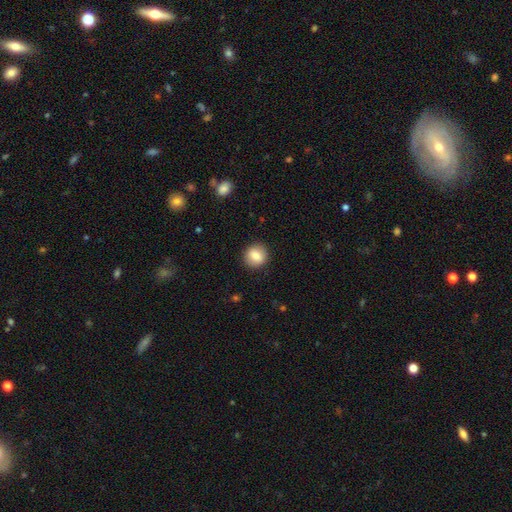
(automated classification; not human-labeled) Smooth or featured? smooth (81%)
How rounded? round (87%)
Merging? none (90%)